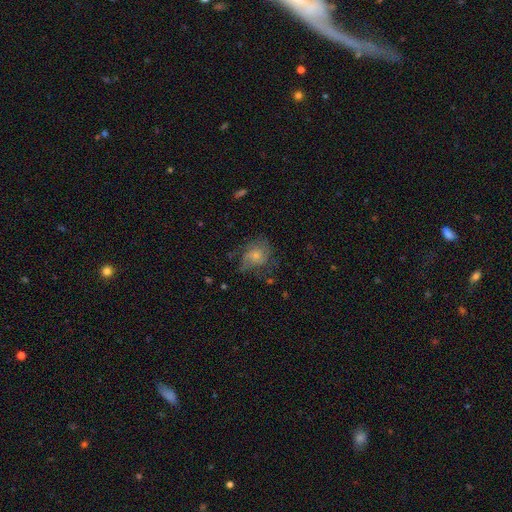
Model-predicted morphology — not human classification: This appears to be a featured or disk galaxy (45%, tied with smooth). Merging: none (49%).